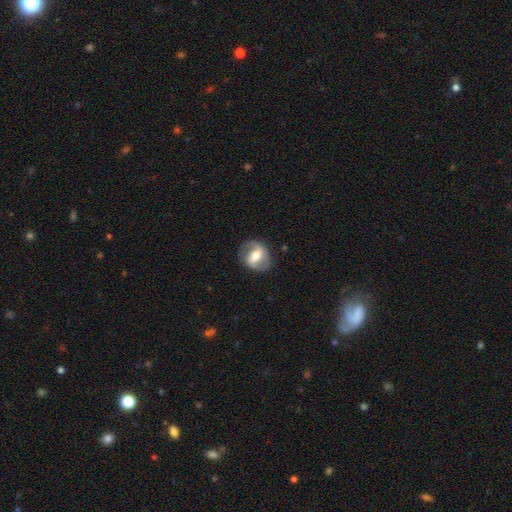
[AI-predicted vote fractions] Smooth or featured?
  - featured or disk: 71% *
  - smooth: 23%
  - star or artifact: 6%
Edge-on disk?
  - no: 96% *
  - yes: 4%
Bar?
  - strong: 40% * (tied)
  - weak: 40% * (tied)
  - no: 20%
Spiral arms?
  - yes: 80% *
  - no: 20%
Spiral winding?
  - medium: 47% *
  - loose: 26%
  - tight: 26%
Spiral arm count?
  - 2: 88% *
  - can't tell: 6%
  - 1: 3%
  - 3: 1%
  - 4: 1%
  - more than 4: 1%
Bulge size?
  - moderate: 63% *
  - large: 18%
  - small: 16%
  - dominant: 2%
  - none: 2%
Merging?
  - none: 82% *
  - minor disturbance: 12%
  - major disturbance: 5%
  - merger: 1%